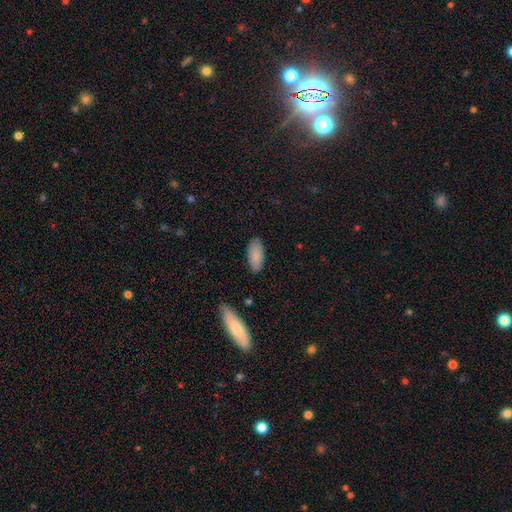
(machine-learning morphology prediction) Smooth or featured?
  - smooth: 87% *
  - featured or disk: 7%
  - star or artifact: 6%
How rounded?
  - in between: 88% *
  - cigar-shaped: 10%
  - round: 2%
Merging?
  - none: 84% *
  - minor disturbance: 12%
  - major disturbance: 2%
  - merger: 1%